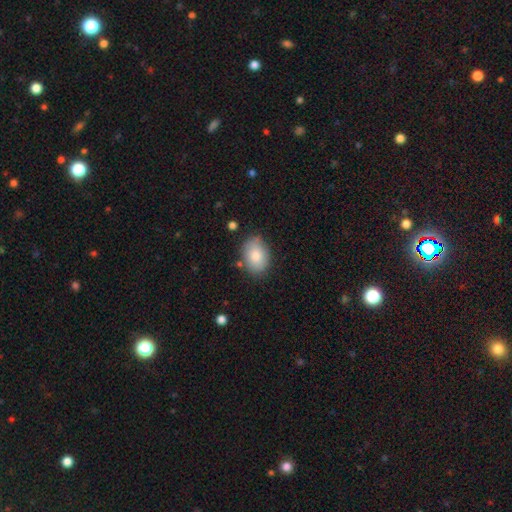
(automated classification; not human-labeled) Smooth or featured? Predicted: smooth (p=0.81). How rounded? Predicted: in between (p=0.81). Merging? Predicted: none (p=0.78).